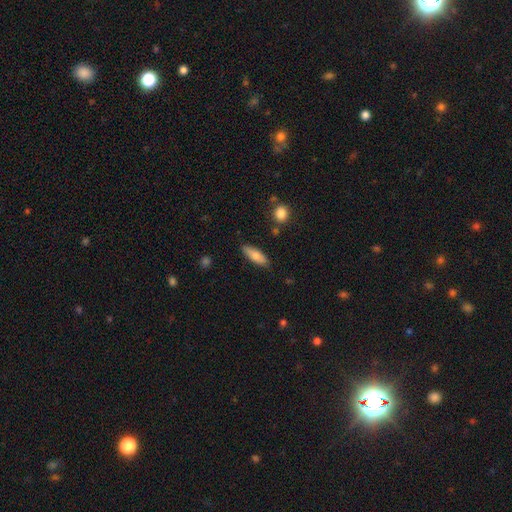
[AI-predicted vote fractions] A smooth galaxy with no disk features (75%) that is in between round and cigar-shaped (55%).

Vote fractions:
- Smooth or featured? smooth: 75% / featured or disk: 19% / star or artifact: 6%
- How rounded? in between: 55% / cigar-shaped: 42% / round: 2%
- Merging? none: 82% / minor disturbance: 14% / major disturbance: 2% / merger: 2%